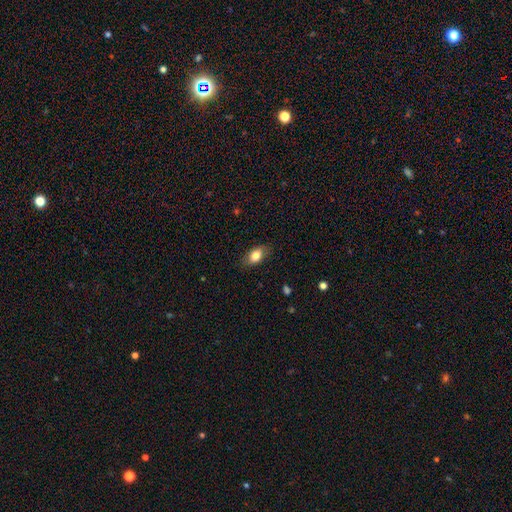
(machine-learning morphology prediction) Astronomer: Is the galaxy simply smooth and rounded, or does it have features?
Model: smooth — 81%.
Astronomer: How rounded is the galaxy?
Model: in between — 88%.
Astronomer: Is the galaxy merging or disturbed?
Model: none — 82%.